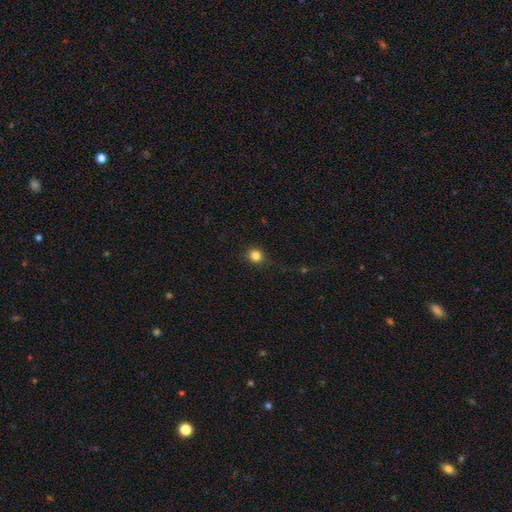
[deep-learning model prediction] Smooth or featured?
  - smooth: 83% *
  - star or artifact: 12%
  - featured or disk: 5%
How rounded?
  - round: 88% *
  - in between: 11%
  - cigar-shaped: 1%
Merging?
  - none: 87% *
  - minor disturbance: 9%
  - major disturbance: 3%
  - merger: 1%